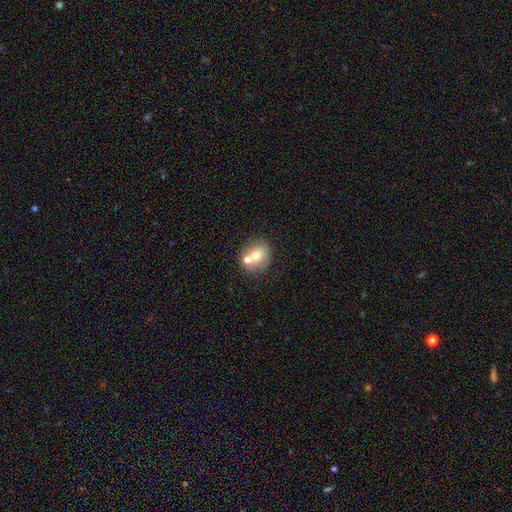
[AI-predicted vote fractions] A smooth galaxy with no disk features (66%) that is round (71%). Merging: none (53%).